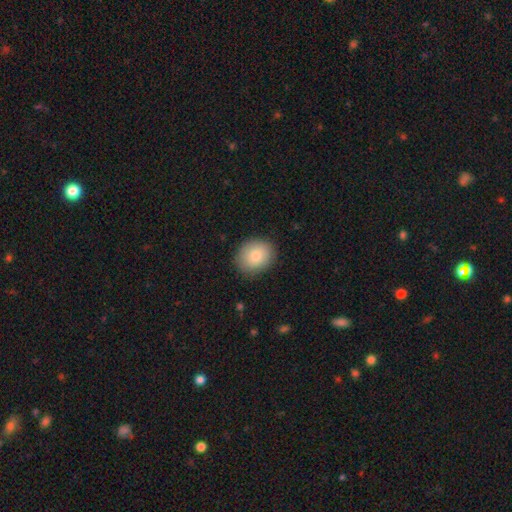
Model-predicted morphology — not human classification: Overall: smooth (83%). How rounded: round (60%; in between 39%). Merging: none (85%).